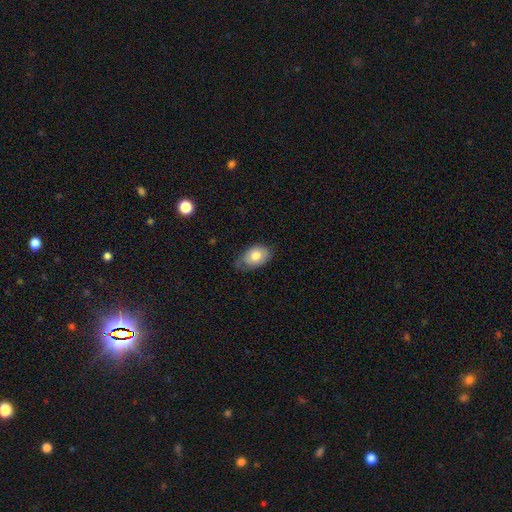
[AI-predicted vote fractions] Morphology: type=smooth (75%); roundness=in between (87%); merging=none (57%).